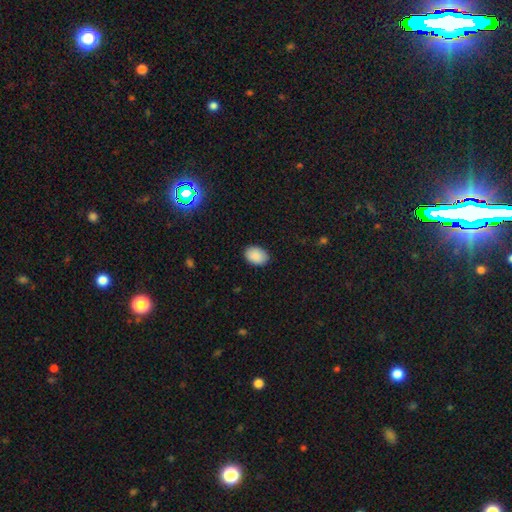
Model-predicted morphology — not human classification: smooth-or-featured: smooth: 90% | star or artifact: 8% | featured or disk: 3%
  how-rounded: in between: 80% | round: 19% | cigar-shaped: 1%
  merging: none: 87% | minor disturbance: 10% | major disturbance: 2% | merger: 1%